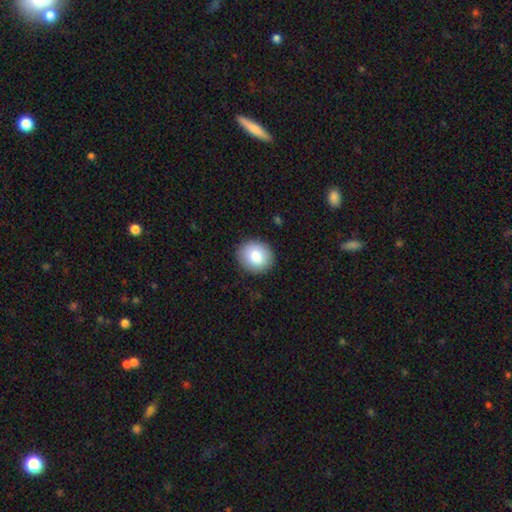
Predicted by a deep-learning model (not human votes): A smooth galaxy with no disk features (83%) that is round (73%). Merging: none (89%).